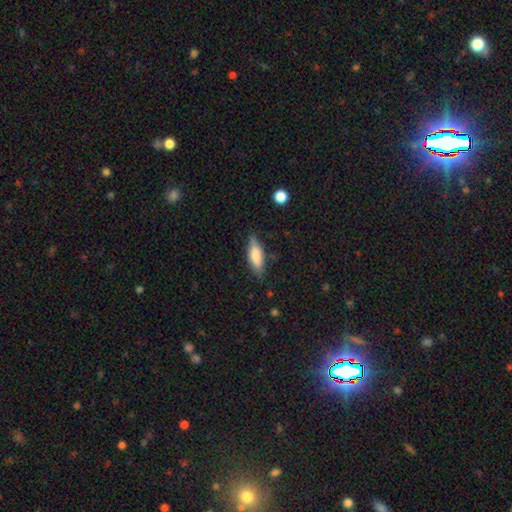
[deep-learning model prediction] This is likely a smooth galaxy (71%). How rounded: possibly in between (56%). Merging: likely none (80%).